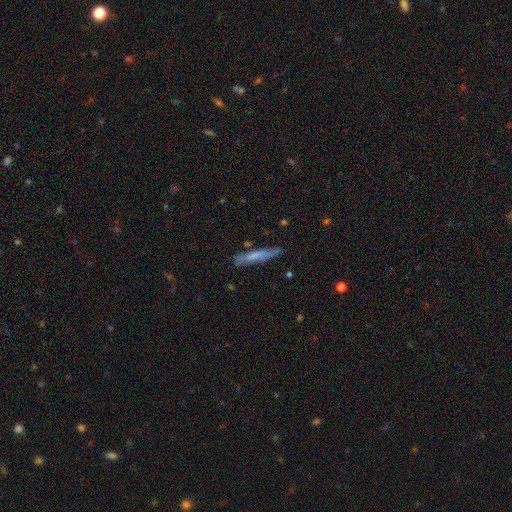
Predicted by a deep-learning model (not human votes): Morphology: type=smooth (59%); roundness=cigar-shaped (93%); merging=none (79%).